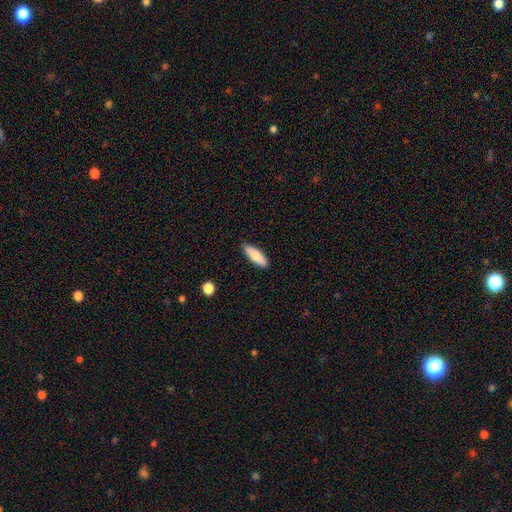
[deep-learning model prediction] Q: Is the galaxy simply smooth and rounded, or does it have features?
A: smooth — 76%.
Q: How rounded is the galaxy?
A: in between — 51%.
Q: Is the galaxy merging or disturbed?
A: none — 88%.